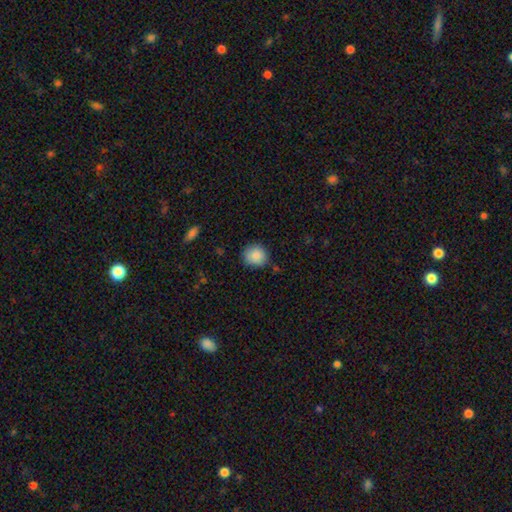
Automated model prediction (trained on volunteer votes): smooth_or_featured: smooth (p=0.88) [alt: star or artifact p=0.08]
how_rounded: round (p=0.85) [alt: in between p=0.14]
merging: none (p=0.81) [alt: minor disturbance p=0.14]